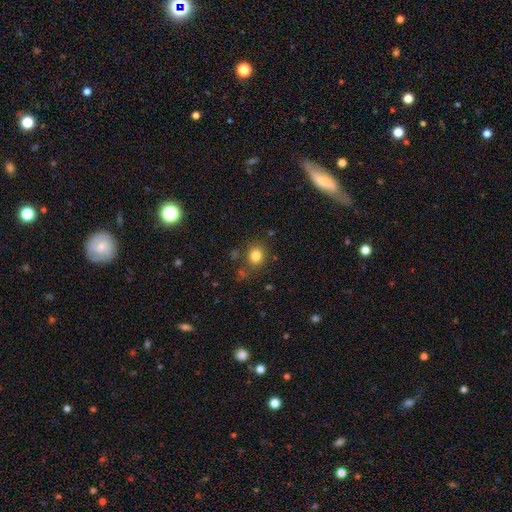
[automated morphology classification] smooth 82%, star or artifact 12%, featured or disk 6%. Down the decision tree: how rounded — round (73%); merging — none (79%).